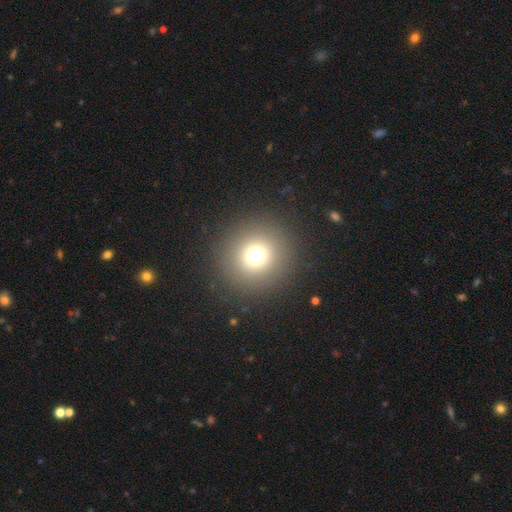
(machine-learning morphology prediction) This is likely a smooth galaxy (71%). How rounded: clearly round (95%). Merging: clearly none (90%).